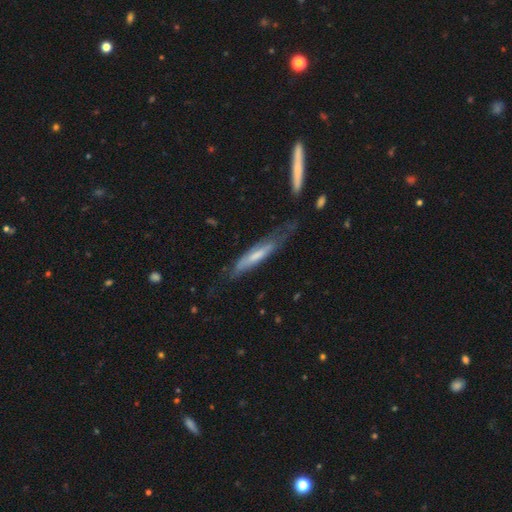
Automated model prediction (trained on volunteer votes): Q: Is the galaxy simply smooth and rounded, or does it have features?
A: featured or disk — 49%.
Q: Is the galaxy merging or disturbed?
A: none — 51%.